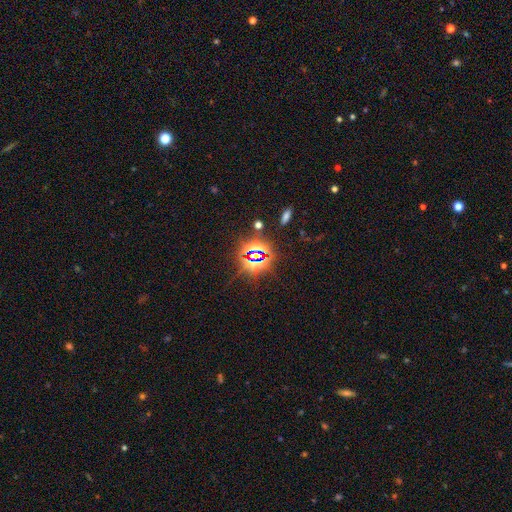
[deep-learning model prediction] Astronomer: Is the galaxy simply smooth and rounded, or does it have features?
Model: star or artifact — 80%.